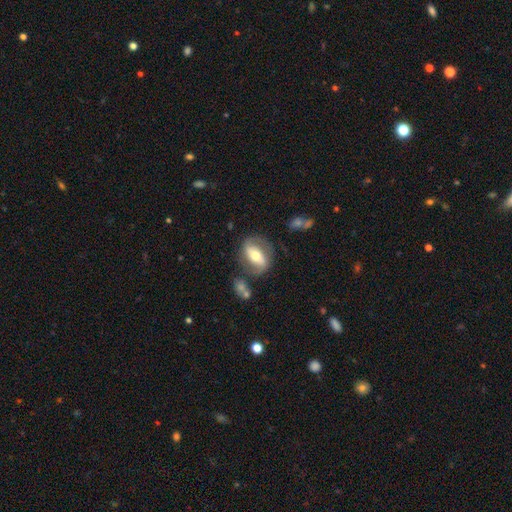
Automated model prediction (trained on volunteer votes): Smooth or featured?
  - featured or disk: 68% *
  - smooth: 26%
  - star or artifact: 6%
Edge-on disk?
  - no: 92% *
  - yes: 8%
Bar?
  - strong: 53% *
  - weak: 27%
  - no: 21%
Spiral arms?
  - yes: 71% *
  - no: 29%
Bulge size?
  - moderate: 69% *
  - small: 16%
  - large: 12%
  - dominant: 2%
  - none: 1%
Merging?
  - none: 71% *
  - minor disturbance: 16%
  - major disturbance: 9%
  - merger: 5%